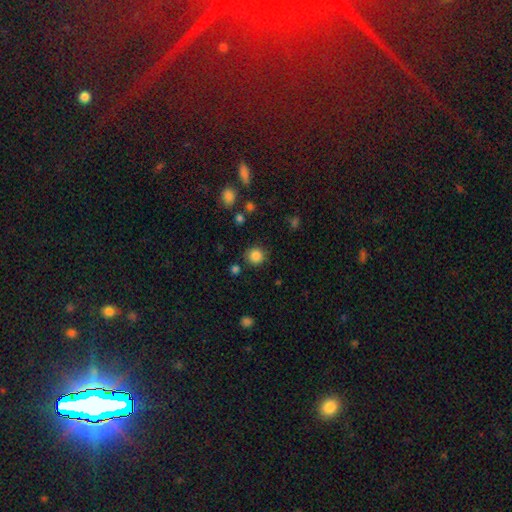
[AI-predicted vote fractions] A smooth galaxy with no disk features (85%) that is round (92%).

Vote fractions:
- Smooth or featured? smooth: 85% / star or artifact: 11% / featured or disk: 4%
- How rounded? round: 92% / in between: 7% / cigar-shaped: 1%
- Merging? none: 86% / minor disturbance: 8% / major disturbance: 3% / merger: 3%